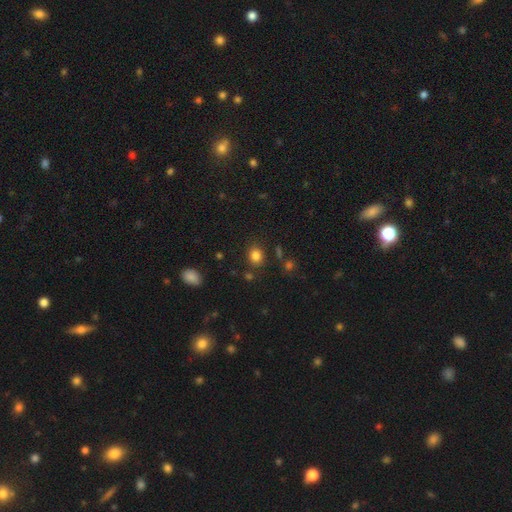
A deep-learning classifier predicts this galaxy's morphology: Q: Smooth or featured?
A: smooth (82%); runner-up: star or artifact (12%)
Q: How rounded?
A: round (59%); runner-up: in between (40%)
Q: Merging?
A: none (82%); runner-up: minor disturbance (11%)